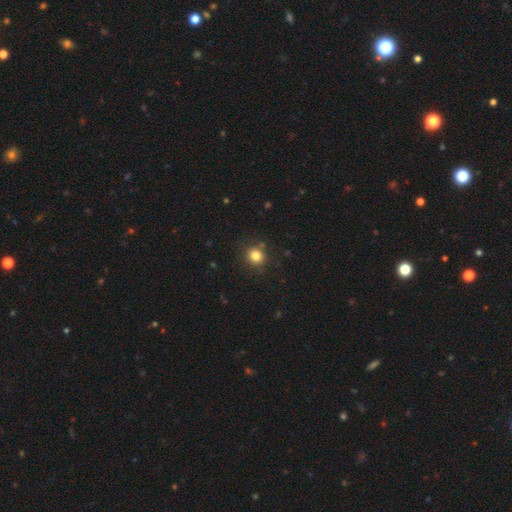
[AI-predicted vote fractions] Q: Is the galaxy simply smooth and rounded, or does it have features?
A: smooth — 82%.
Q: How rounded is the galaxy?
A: round — 84%.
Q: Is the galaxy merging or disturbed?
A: none — 84%.